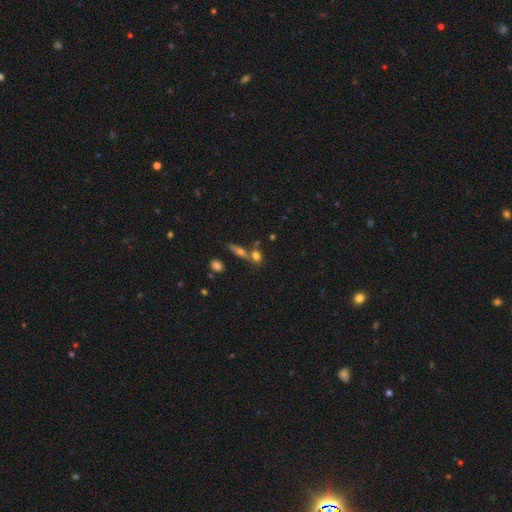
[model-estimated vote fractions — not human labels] This is likely a smooth galaxy (68%). How rounded: possibly in between (50%). Merging: possibly none (47%).